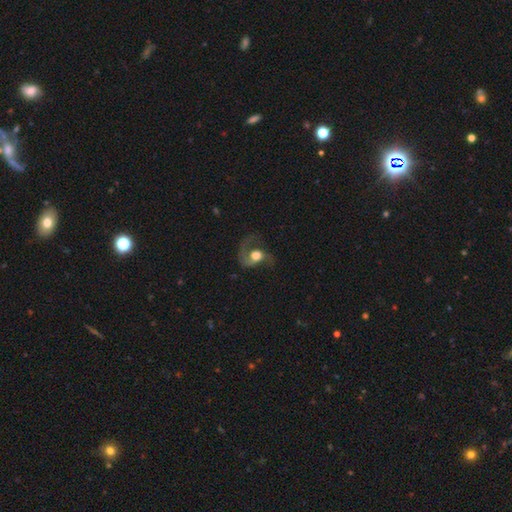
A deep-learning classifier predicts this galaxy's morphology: smooth-or-featured: featured or disk: 64% | smooth: 28% | star or artifact: 8%
  disk-edge-on: no: 97% | yes: 3%
    bar: no: 72% | weak: 22% | strong: 6%
    has-spiral-arms: yes: 82% | no: 18%
      spiral-winding: loose: 56% | medium: 35% | tight: 9%
      spiral-arm-count: 2: 56% | 1: 35% | can't tell: 5% | 3: 2% | 4: 1% | more than 4: 1%
    bulge-size: large: 44% | moderate: 42% | dominant: 8% | small: 4% | none: 2%
  merging: major disturbance: 43% | none: 37% | minor disturbance: 16% | merger: 4%